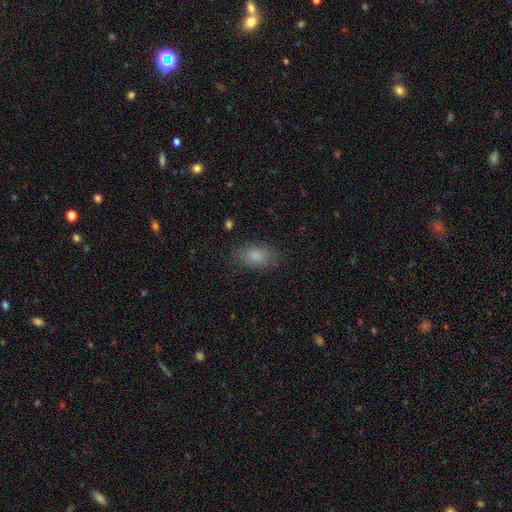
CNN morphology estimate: Q: Smooth or featured?
A: smooth (84%); runner-up: star or artifact (8%)
Q: How rounded?
A: in between (90%); runner-up: round (7%)
Q: Merging?
A: none (82%); runner-up: minor disturbance (13%)